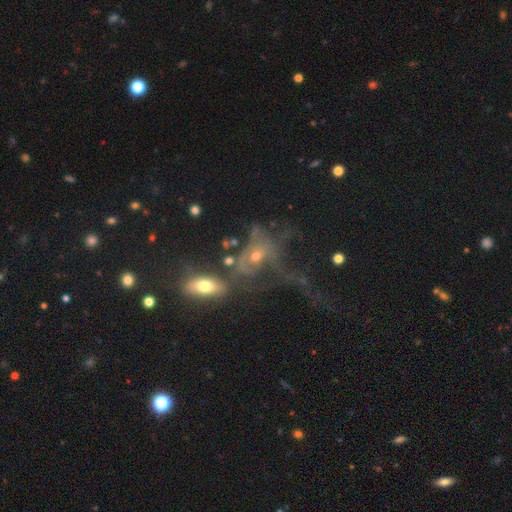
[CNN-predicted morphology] A featured or disk galaxy (52%).

Vote fractions:
- Smooth or featured? featured or disk: 52% / smooth: 28% / star or artifact: 20%
- Edge-on disk? no: 85% / yes: 15%
- Merging? major disturbance: 39% / merger: 26% / none: 23% / minor disturbance: 13%